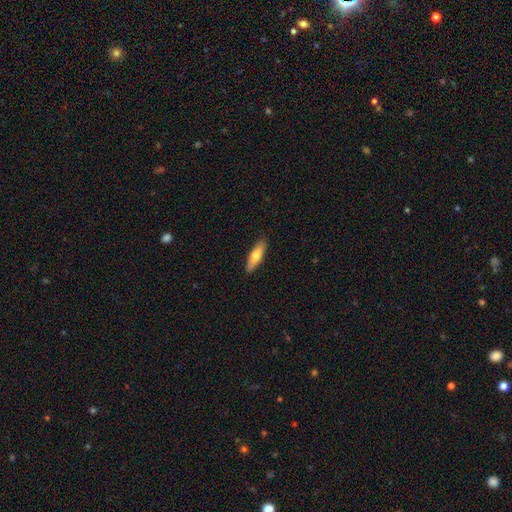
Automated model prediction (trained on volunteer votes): Smooth or featured? Predicted: smooth (p=0.68). How rounded? Predicted: cigar-shaped (p=0.56). Merging? Predicted: none (p=0.89).